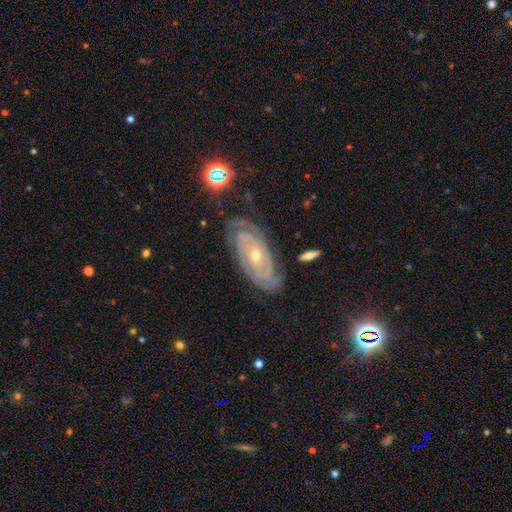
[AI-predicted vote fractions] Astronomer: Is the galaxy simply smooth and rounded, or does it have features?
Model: featured or disk — 86%.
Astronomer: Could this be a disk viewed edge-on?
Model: no — 94%.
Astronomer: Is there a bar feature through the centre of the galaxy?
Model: no — 72%.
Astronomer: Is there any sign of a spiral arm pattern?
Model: yes — 95%.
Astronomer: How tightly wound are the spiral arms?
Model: tight — 81%.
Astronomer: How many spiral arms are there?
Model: can't tell — 36% (runner-up: 2, 31%).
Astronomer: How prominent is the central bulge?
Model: small — 64%.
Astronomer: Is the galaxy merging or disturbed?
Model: none — 73%.